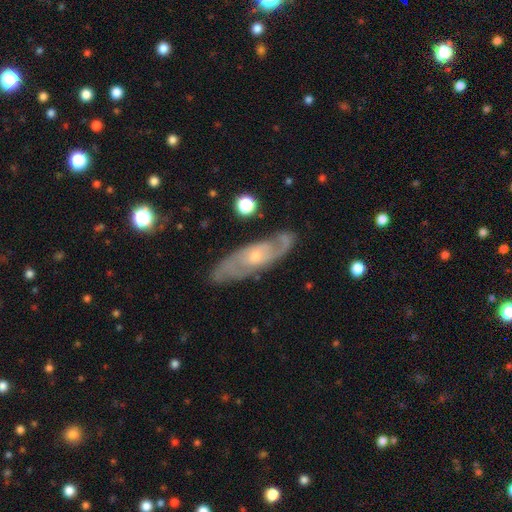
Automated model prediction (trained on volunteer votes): Smooth or featured? Predicted: featured or disk (p=0.81). Edge-on disk? Predicted: no (p=0.84). Bar? Predicted: no (p=0.68). Spiral arms? Predicted: yes (p=0.92). Spiral winding? Predicted: tight (p=0.43, tied with medium). Spiral arm count? Predicted: 2 (p=0.69). Bulge size? Predicted: small (p=0.59). Merging? Predicted: none (p=0.79).